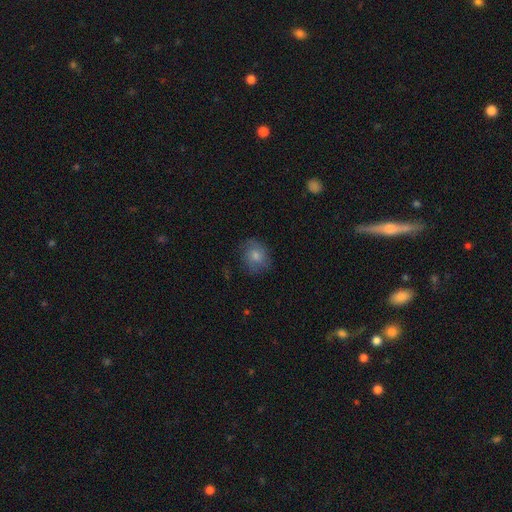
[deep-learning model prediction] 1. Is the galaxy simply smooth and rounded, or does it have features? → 66% smooth, 26% featured or disk, 9% star or artifact.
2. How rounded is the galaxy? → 69% round, 30% in between, 1% cigar-shaped.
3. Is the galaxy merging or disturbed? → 72% none, 20% minor disturbance, 7% major disturbance, 1% merger.